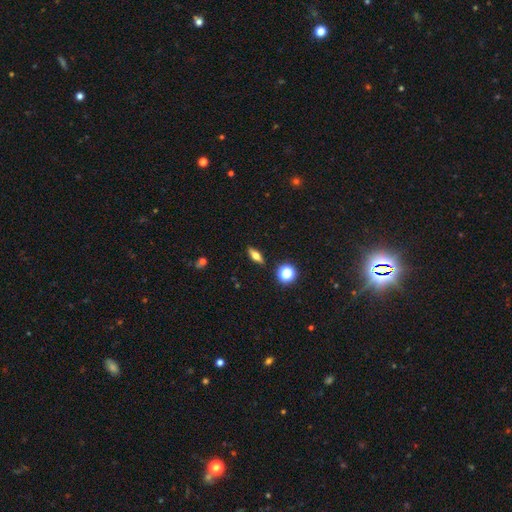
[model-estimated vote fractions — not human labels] A smooth galaxy with no disk features (54%) that is in between round and cigar-shaped (59%).

Vote fractions:
- Smooth or featured? smooth: 54% / featured or disk: 35% / star or artifact: 11%
- How rounded? in between: 59% / cigar-shaped: 30% / round: 11%
- Merging? none: 88% / minor disturbance: 8% / major disturbance: 2% / merger: 2%